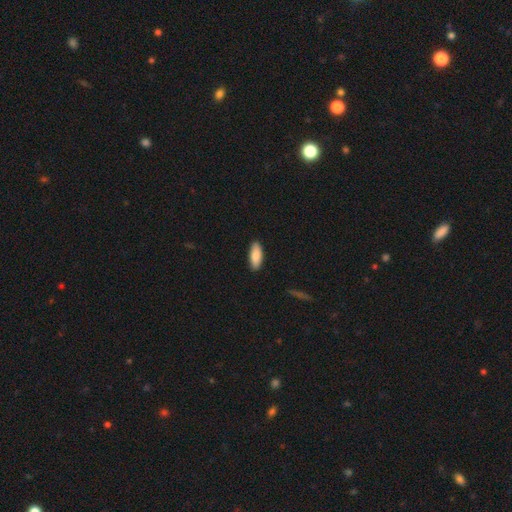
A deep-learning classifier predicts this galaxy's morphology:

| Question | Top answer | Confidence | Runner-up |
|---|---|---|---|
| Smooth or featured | smooth | 87% | featured or disk (7%) |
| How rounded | in between | 77% | cigar-shaped (21%) |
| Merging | none | 88% | minor disturbance (9%) |